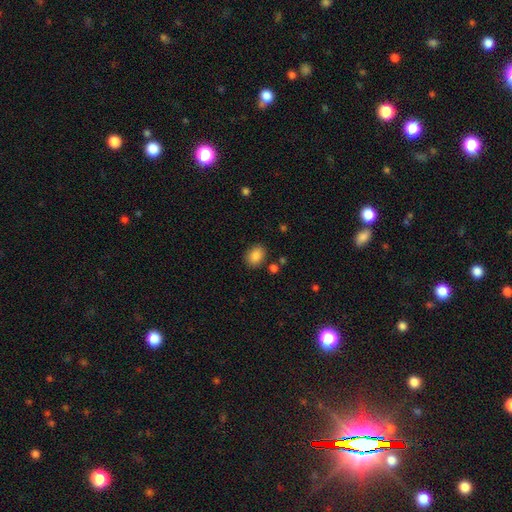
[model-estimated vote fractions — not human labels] The model was most divided on "how rounded": in between: 63%, round: 36%, cigar-shaped: 1%. More confident: smooth or featured — smooth (86%); merging — none (84%).